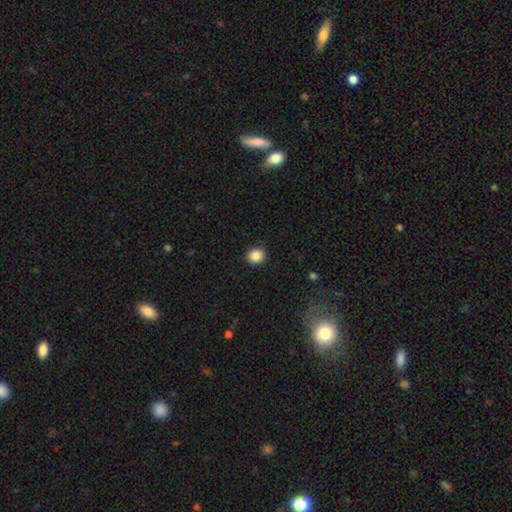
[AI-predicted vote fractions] smooth 87%, star or artifact 9%, featured or disk 4%. Down the decision tree: how rounded — round (76%); merging — none (91%).